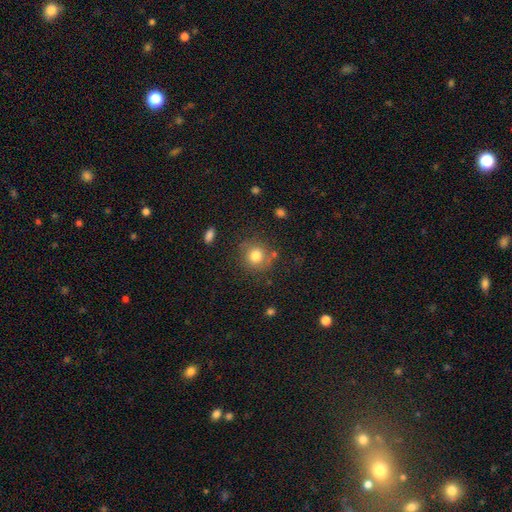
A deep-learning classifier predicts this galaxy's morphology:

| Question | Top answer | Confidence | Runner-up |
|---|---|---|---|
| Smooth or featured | smooth | 79% | star or artifact (11%) |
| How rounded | round | 87% | in between (12%) |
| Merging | none | 77% | minor disturbance (13%) |